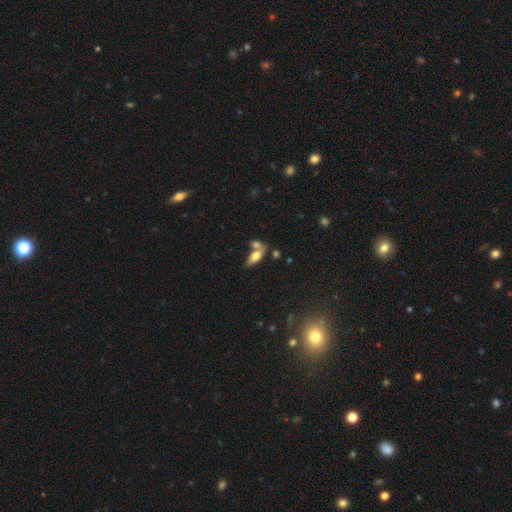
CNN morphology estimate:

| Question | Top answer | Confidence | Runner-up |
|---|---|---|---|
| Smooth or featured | smooth | 65% | featured or disk (27%) |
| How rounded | in between | 77% | cigar-shaped (19%) |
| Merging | none | 46% | merger (37%) |